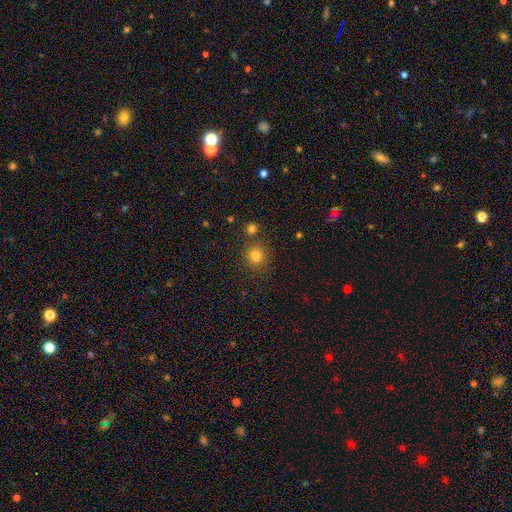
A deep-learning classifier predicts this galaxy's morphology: smooth 81%, star or artifact 14%, featured or disk 5%. Down the decision tree: how rounded — round (90%); merging — none (79%).